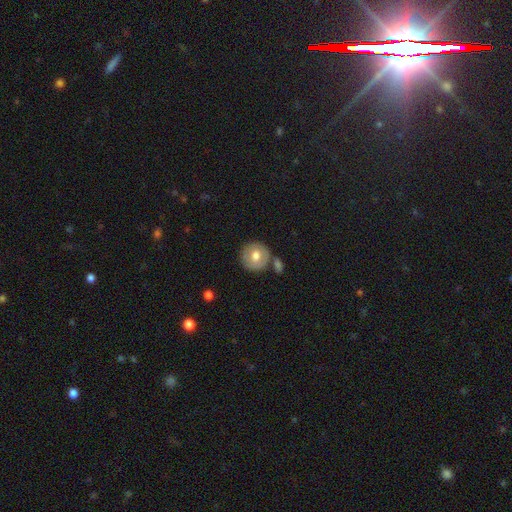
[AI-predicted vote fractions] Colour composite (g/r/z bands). It shows a smooth galaxy with no disk features (69%) that is round (92%). Merging: none (72%).